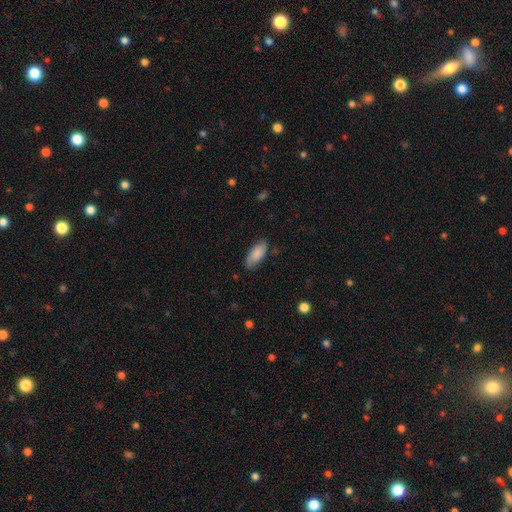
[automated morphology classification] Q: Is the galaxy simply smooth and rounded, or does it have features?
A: smooth — 77%.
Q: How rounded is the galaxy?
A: in between — 86%.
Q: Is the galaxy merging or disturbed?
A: none — 79%.